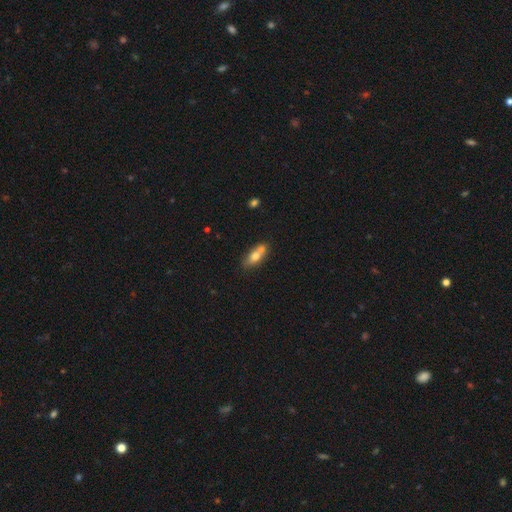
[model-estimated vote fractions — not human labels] Overall: smooth (65%; featured or disk 27%). How rounded: in between (73%). Merging: none (46%; merger 38%).